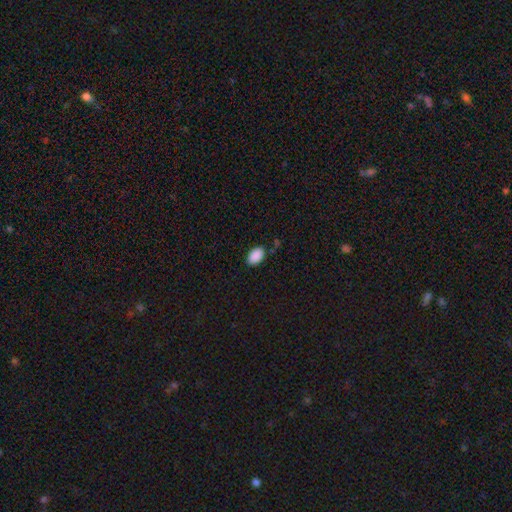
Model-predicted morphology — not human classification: Overall: smooth (90%). How rounded: in between (90%). Merging: none (81%).